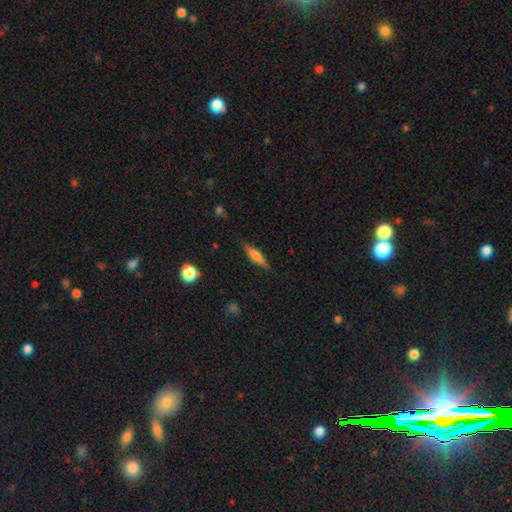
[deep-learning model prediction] Q: Smooth or featured?
A: smooth (57%); runner-up: featured or disk (35%)
Q: How rounded?
A: cigar-shaped (74%); runner-up: in between (23%)
Q: Merging?
A: none (85%); runner-up: minor disturbance (11%)